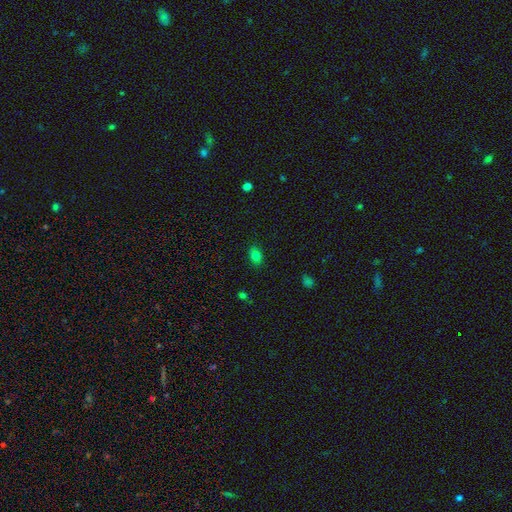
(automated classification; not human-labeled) smooth-or-featured: smooth: 79% | star or artifact: 14% | featured or disk: 7%
  how-rounded: in between: 73% | round: 25% | cigar-shaped: 2%
  merging: none: 84% | minor disturbance: 12% | major disturbance: 2% | merger: 1%